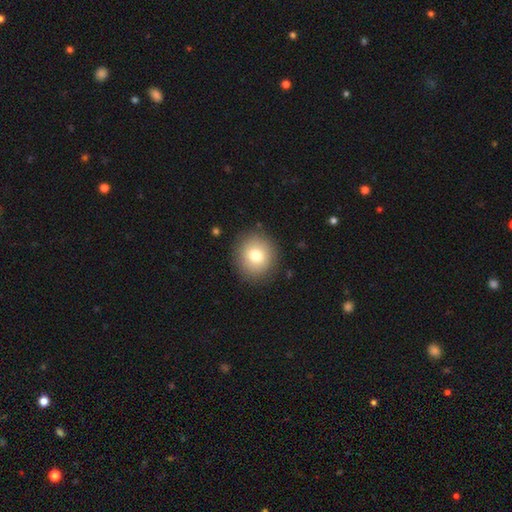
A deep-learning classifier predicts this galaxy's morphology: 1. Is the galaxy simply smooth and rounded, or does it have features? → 77% smooth, 13% featured or disk, 10% star or artifact.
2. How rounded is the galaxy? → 88% round, 11% in between, 1% cigar-shaped.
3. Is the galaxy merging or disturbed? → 88% none, 8% minor disturbance, 3% major disturbance, 1% merger.